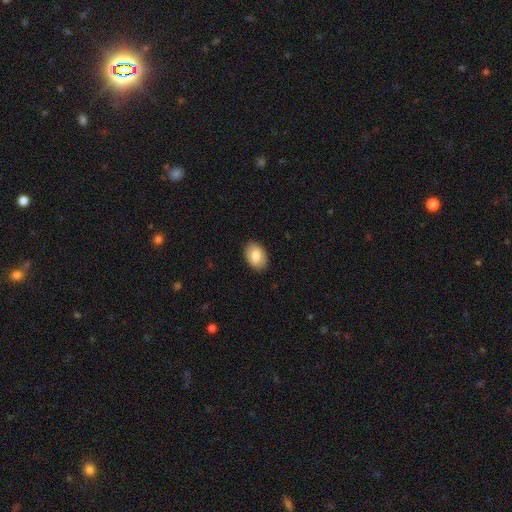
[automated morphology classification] A smooth galaxy with no disk features (81%) that is in between round and cigar-shaped (84%). Merging: none (89%).